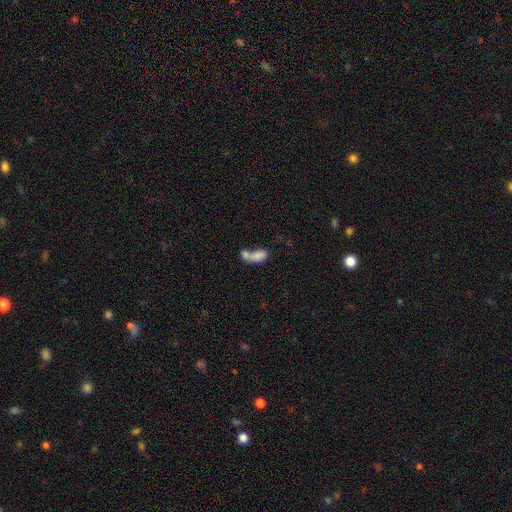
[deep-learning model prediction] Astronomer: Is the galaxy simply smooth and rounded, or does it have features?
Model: smooth — 74%.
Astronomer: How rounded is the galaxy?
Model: in between — 83%.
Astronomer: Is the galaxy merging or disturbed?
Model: merger — 66%.